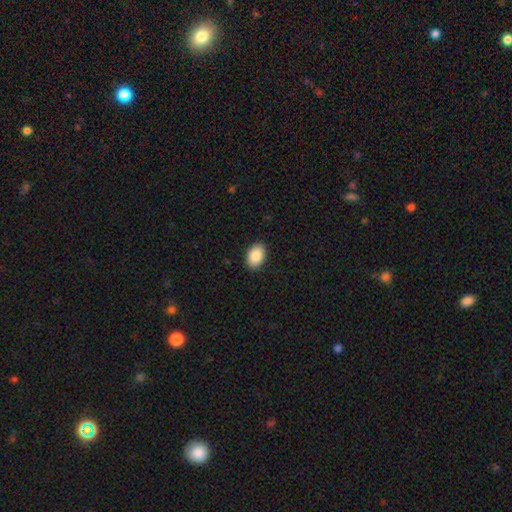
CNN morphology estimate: A smooth galaxy with no disk features (88%) that is in between round and cigar-shaped (88%). Merging: none (90%).